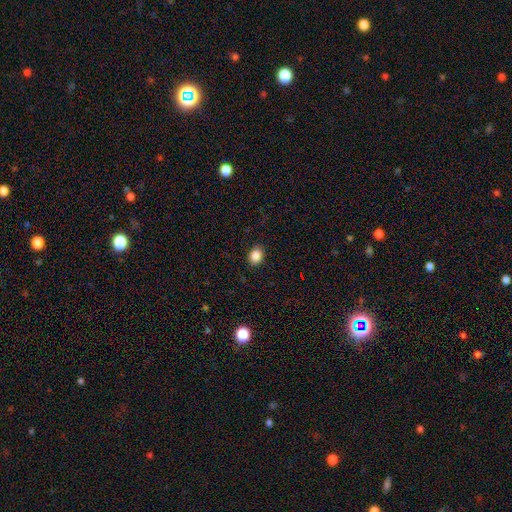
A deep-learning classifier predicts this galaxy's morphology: Smooth or featured? Predicted: smooth (p=0.86). How rounded? Predicted: in between (p=0.60). Merging? Predicted: none (p=0.90).